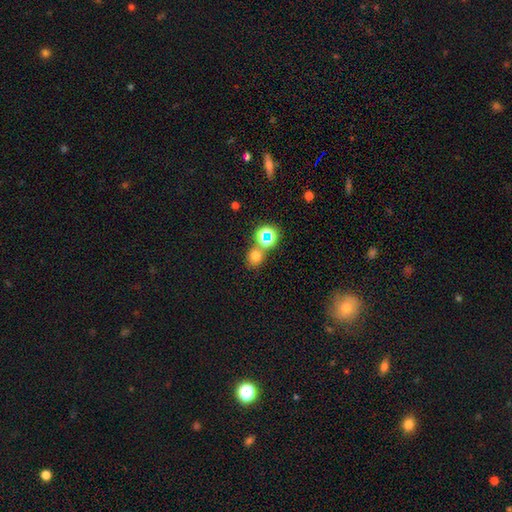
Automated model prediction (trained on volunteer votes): Morphology: type=smooth (65%); roundness=round (73%); merging=none (65%).